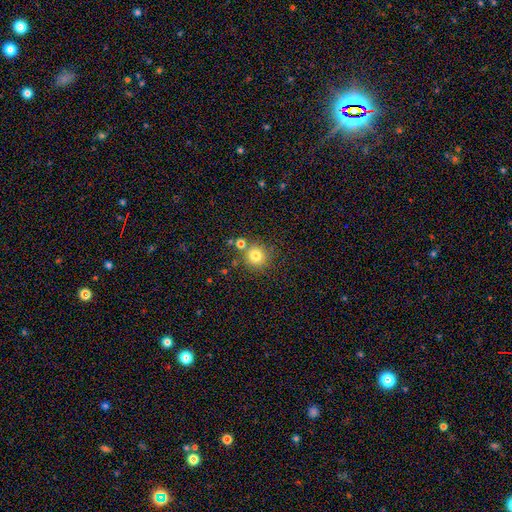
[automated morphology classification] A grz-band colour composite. It shows a smooth galaxy with no disk features (79%) that is round (93%). Merging: none (75%).